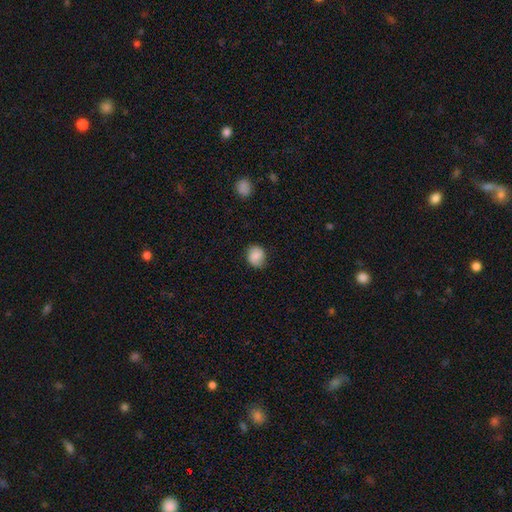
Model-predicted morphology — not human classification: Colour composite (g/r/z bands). It shows a smooth galaxy with no disk features (83%) that is round (67%). Merging: none (72%).